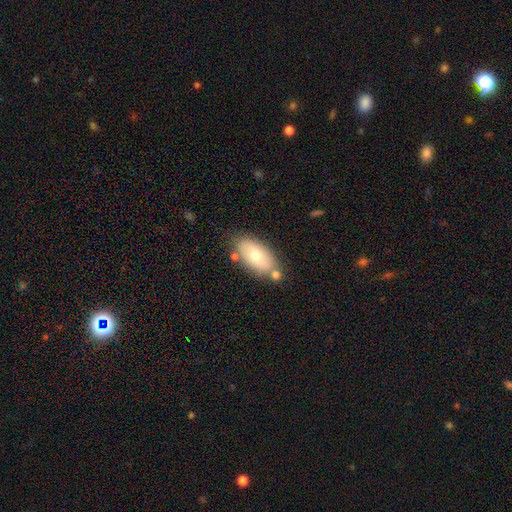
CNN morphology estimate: This is likely a smooth galaxy (70%). How rounded: clearly in between (92%). Merging: likely none (68%).